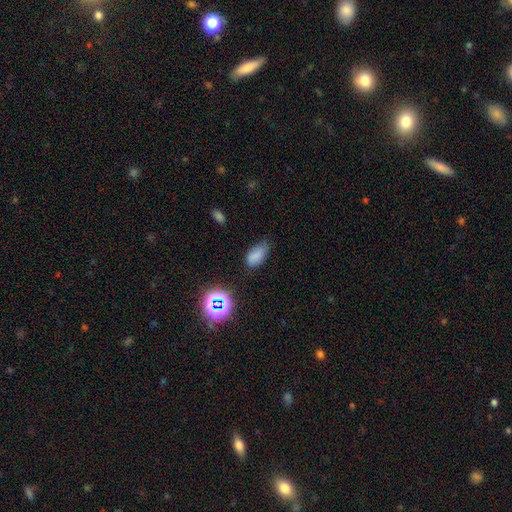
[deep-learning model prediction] This appears to be a smooth galaxy with no disk features (75%) that is in between round and cigar-shaped (91%). Merging: none (60%).